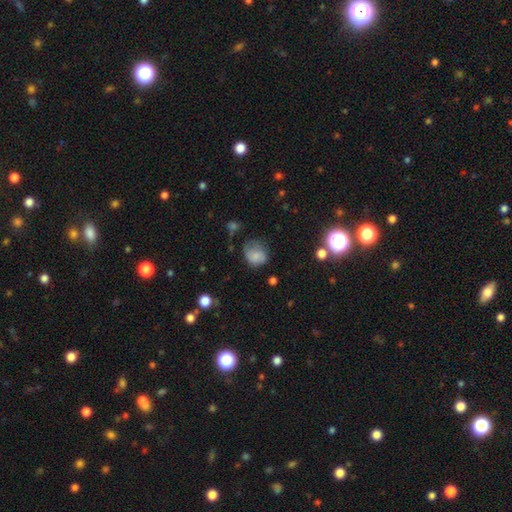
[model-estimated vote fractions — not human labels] Smooth or featured?
  - smooth: 73% *
  - featured or disk: 17%
  - star or artifact: 11%
How rounded?
  - round: 63% *
  - in between: 36%
  - cigar-shaped: 1%
Merging?
  - none: 44% *
  - minor disturbance: 34%
  - major disturbance: 19%
  - merger: 3%